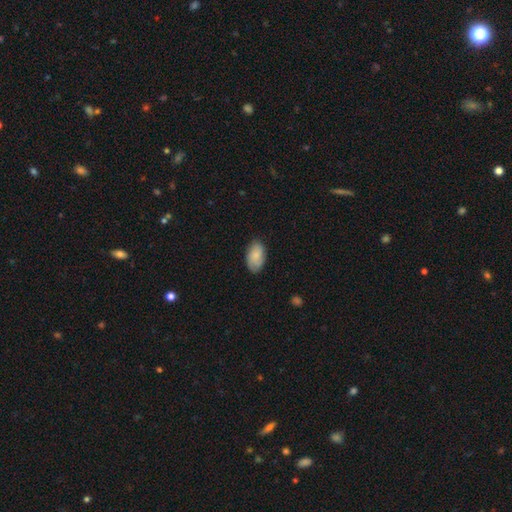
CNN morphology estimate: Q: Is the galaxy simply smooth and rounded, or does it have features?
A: smooth — 79%.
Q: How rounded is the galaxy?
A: in between — 93%.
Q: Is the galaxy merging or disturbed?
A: none — 80%.